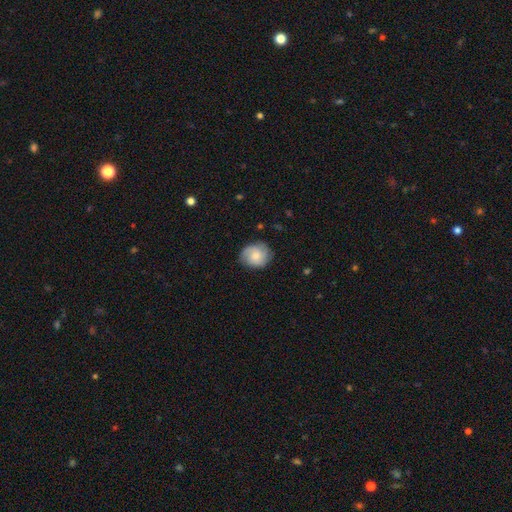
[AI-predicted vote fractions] smooth_or_featured: smooth (p=0.58) [alt: featured or disk p=0.35]
how_rounded: round (p=0.73) [alt: in between p=0.26]
merging: none (p=0.75) [alt: minor disturbance p=0.20]